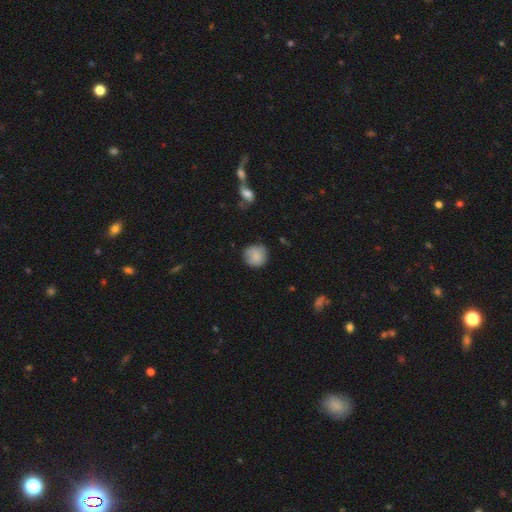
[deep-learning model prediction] A smooth galaxy with no disk features (83%) that is round (90%).

Vote fractions:
- Smooth or featured? smooth: 83% / featured or disk: 9% / star or artifact: 8%
- How rounded? round: 90% / in between: 9% / cigar-shaped: 1%
- Merging? none: 74% / minor disturbance: 19% / major disturbance: 4% / merger: 2%